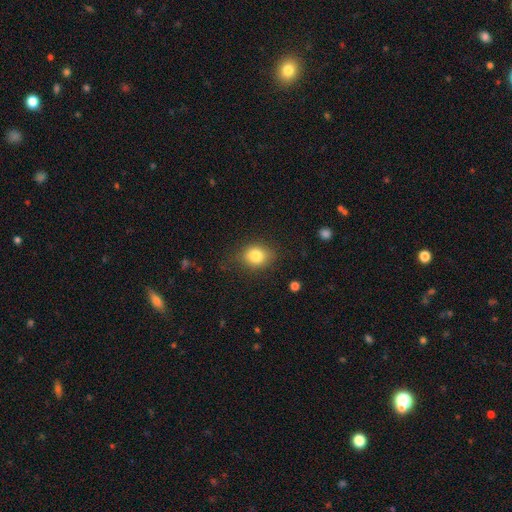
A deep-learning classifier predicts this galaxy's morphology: Smooth or featured?
  - smooth: 81% *
  - star or artifact: 10%
  - featured or disk: 9%
How rounded?
  - round: 56% *
  - in between: 43%
  - cigar-shaped: 1%
Merging?
  - none: 76% *
  - minor disturbance: 17%
  - major disturbance: 5%
  - merger: 1%